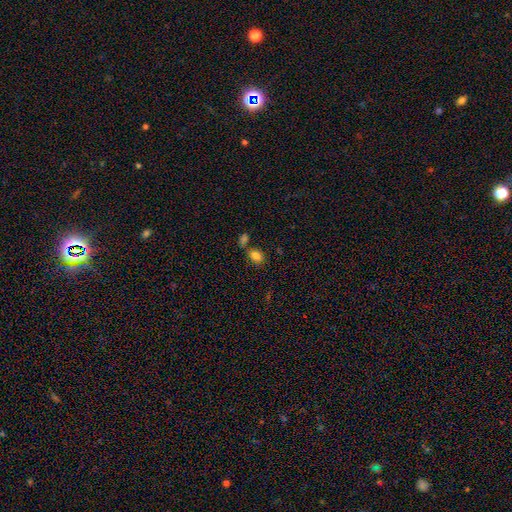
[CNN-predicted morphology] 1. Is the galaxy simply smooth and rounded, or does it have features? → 83% smooth, 11% star or artifact, 6% featured or disk.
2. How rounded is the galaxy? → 76% in between, 23% round, 1% cigar-shaped.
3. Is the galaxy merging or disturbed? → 59% none, 24% merger, 12% minor disturbance, 5% major disturbance.